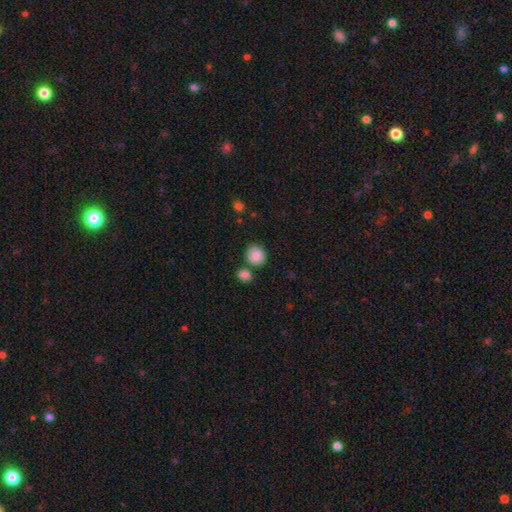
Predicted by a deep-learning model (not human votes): Smooth or featured? Predicted: smooth (p=0.88). How rounded? Predicted: round (p=0.80). Merging? Predicted: none (p=0.71).